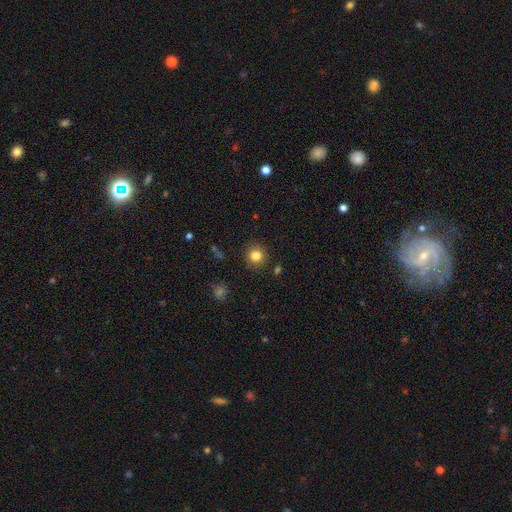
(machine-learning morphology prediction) The model was most divided on "smooth or featured": smooth: 82%, star or artifact: 12%, featured or disk: 6%. More confident: how rounded — round (90%); merging — none (88%).